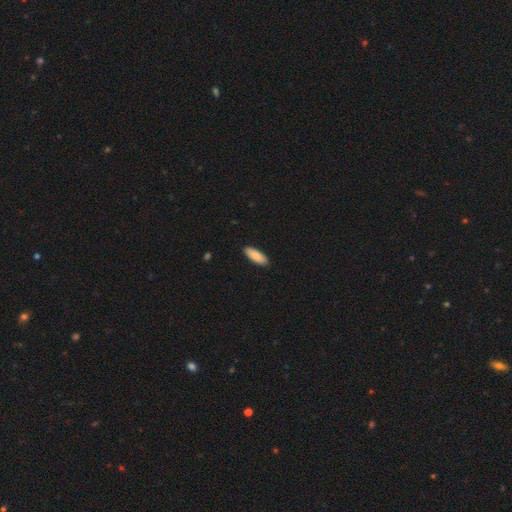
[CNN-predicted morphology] This is clearly a smooth galaxy (85%). How rounded: likely in between (71%). Merging: clearly none (90%).